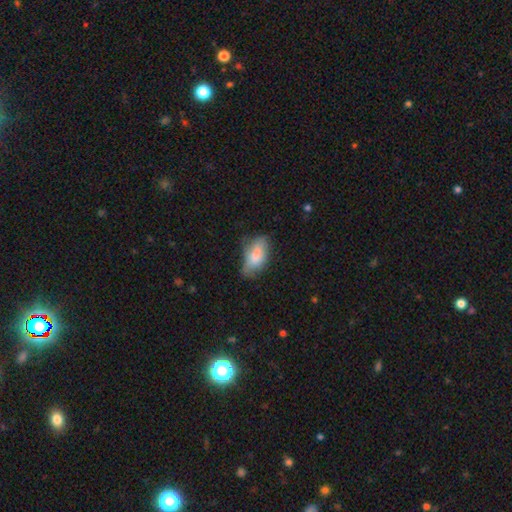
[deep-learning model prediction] Smooth or featured?
  - smooth: 74% *
  - featured or disk: 19%
  - star or artifact: 8%
How rounded?
  - in between: 88% *
  - cigar-shaped: 9%
  - round: 3%
Merging?
  - none: 48% *
  - minor disturbance: 36%
  - major disturbance: 13%
  - merger: 3%